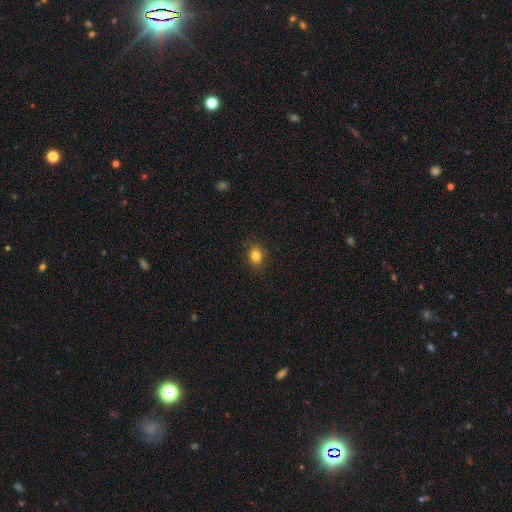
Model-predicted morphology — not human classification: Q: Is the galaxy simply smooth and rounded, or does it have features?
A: smooth — 83%.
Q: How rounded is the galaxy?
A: round — 53%.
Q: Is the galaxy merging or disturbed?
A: none — 87%.